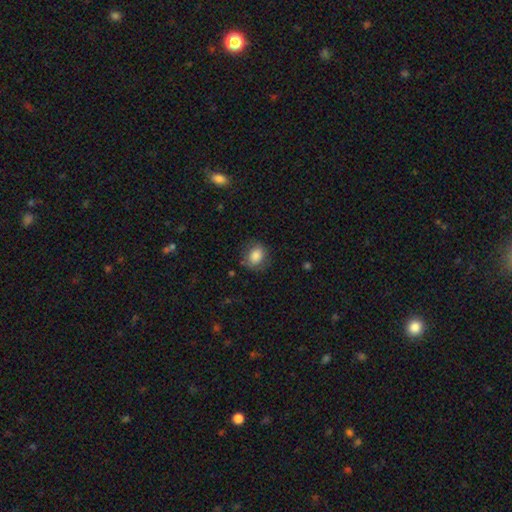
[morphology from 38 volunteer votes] This is likely a smooth galaxy (79%). How rounded: likely in between (67%). Merging: likely none (74%).